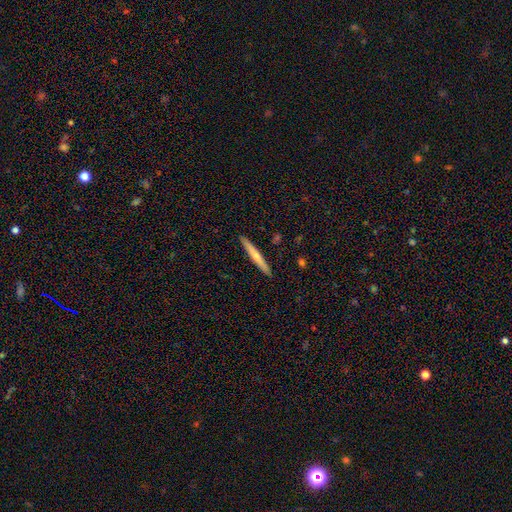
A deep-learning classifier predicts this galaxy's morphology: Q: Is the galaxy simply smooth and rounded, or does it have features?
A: smooth — 56%.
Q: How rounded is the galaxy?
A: cigar-shaped — 96%.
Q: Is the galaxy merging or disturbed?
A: none — 92%.